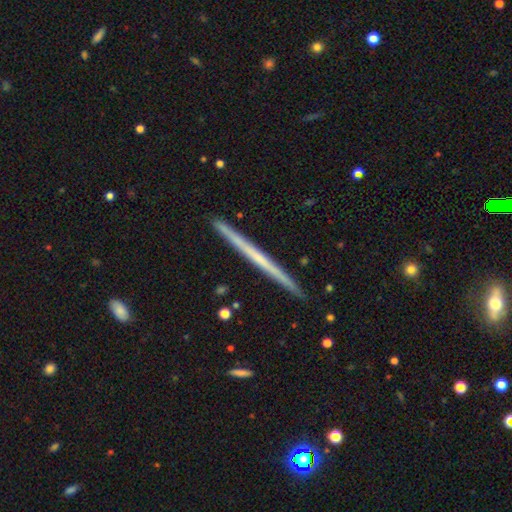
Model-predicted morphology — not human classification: A featured or disk galaxy (59%) viewed edge-on (98%) with no central bulge (88%).

Vote fractions:
- Smooth or featured? featured or disk: 59% / smooth: 35% / star or artifact: 6%
- Edge-on disk? yes: 98% / no: 2%
- Edge-on bulge? none: 88% / rounded: 8% / boxy: 3%
- Merging? none: 92% / minor disturbance: 6% / merger: 1% / major disturbance: 1%